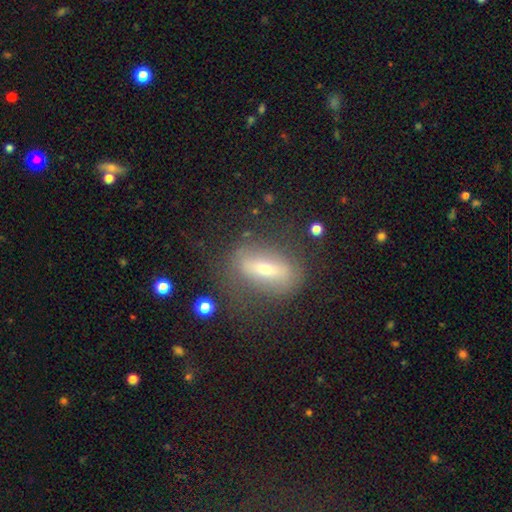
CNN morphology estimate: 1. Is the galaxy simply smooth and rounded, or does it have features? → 52% featured or disk, 34% smooth, 15% star or artifact.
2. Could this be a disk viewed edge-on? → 51% no, 49% yes.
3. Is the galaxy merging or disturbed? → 72% none, 16% minor disturbance, 9% major disturbance, 2% merger.